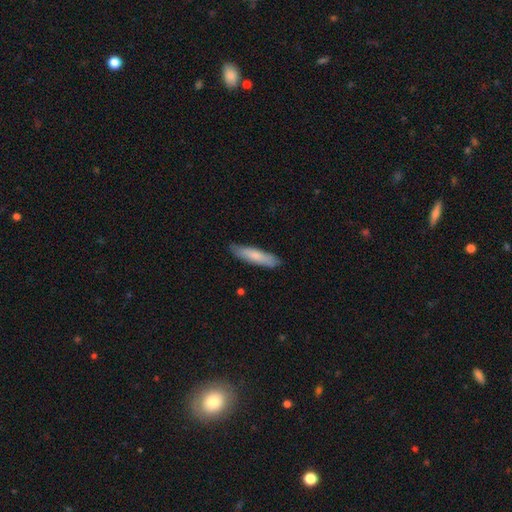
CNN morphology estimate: Smooth or featured: smooth — 74% (featured or disk — 21%)
How rounded: cigar-shaped — 78% (in between — 21%)
Merging: none — 84% (minor disturbance — 13%)